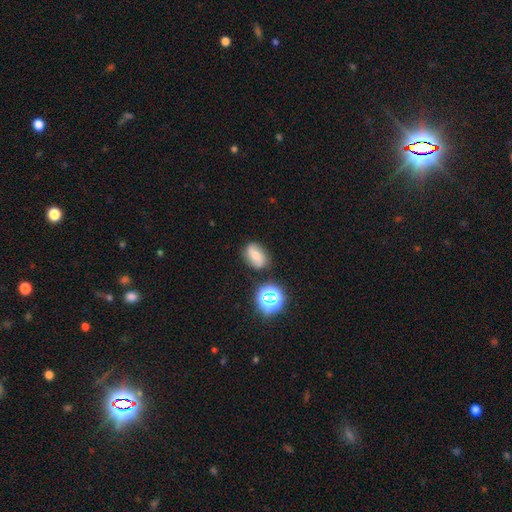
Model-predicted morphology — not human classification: Overall: smooth (59%; featured or disk 25%). How rounded: in between (75%). Merging: none (76%).